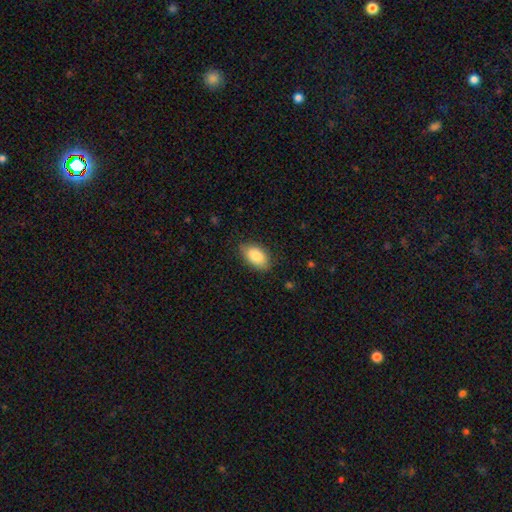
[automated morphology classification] Smooth or featured? smooth (85%)
How rounded? in between (93%)
Merging? none (80%)